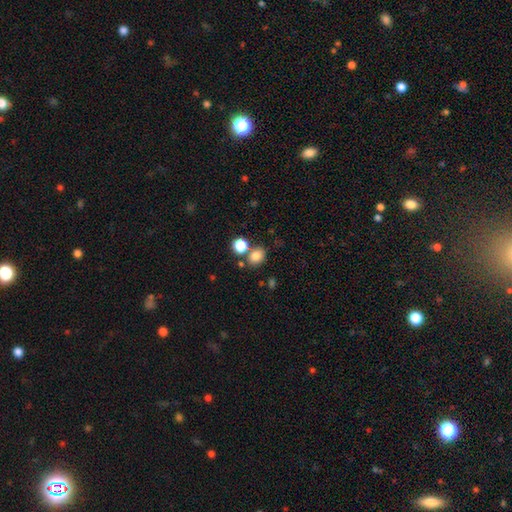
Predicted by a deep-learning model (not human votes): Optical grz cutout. It shows a smooth galaxy with no disk features (81%) that is round (51%). Merging: none (65%).